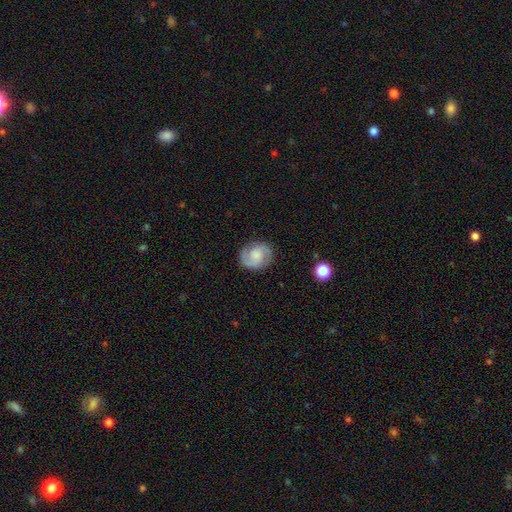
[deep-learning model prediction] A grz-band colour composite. It shows a featured or disk galaxy (72%) with no bar (60%), 2 (89%) medium (49%) spiral arms (95%) and a moderate central bulge (29%). Merging: none (83%).